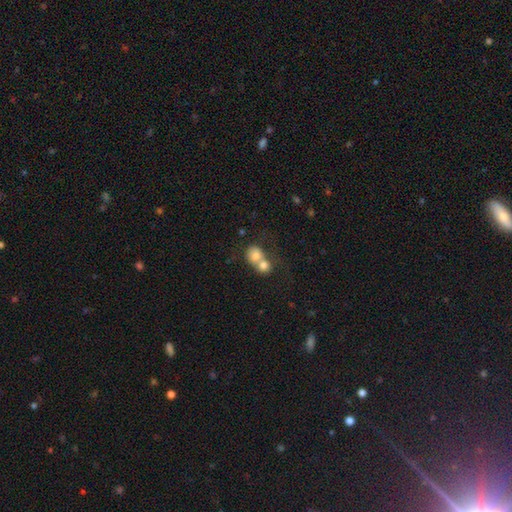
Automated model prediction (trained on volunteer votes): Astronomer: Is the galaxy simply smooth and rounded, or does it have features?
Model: smooth — 74%.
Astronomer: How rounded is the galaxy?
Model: round — 69%.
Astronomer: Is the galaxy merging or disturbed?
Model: merger — 69%.